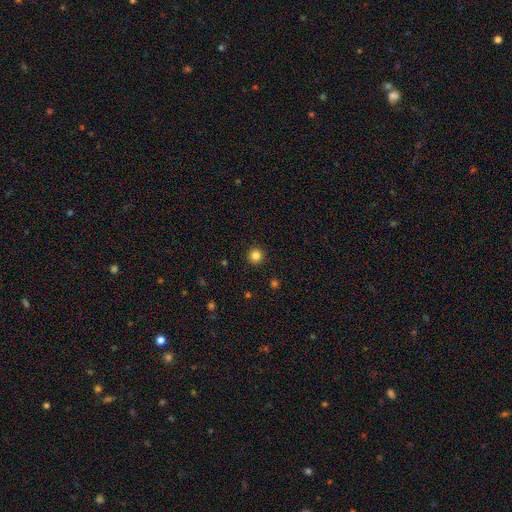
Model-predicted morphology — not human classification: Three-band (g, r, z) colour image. It shows a smooth galaxy with no disk features (83%) that is round (96%). Merging: none (93%).